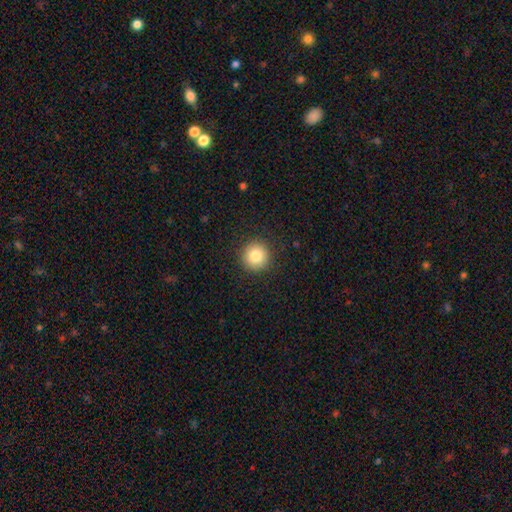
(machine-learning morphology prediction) Smooth or featured? smooth (83%)
How rounded? round (95%)
Merging? none (92%)